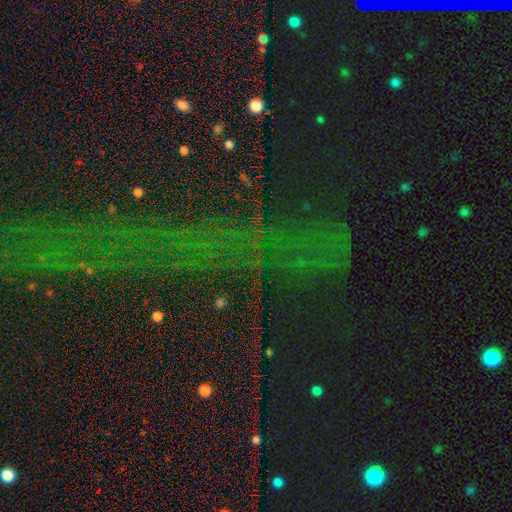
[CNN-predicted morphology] Overall: star or artifact (79%).